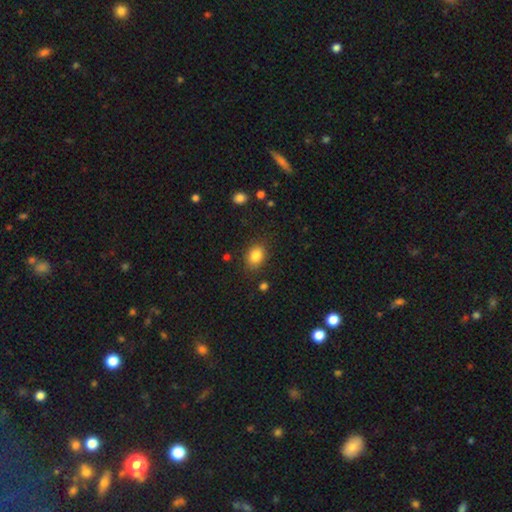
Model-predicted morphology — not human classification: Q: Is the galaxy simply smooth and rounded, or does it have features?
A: smooth — 84%.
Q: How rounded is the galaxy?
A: in between — 63%.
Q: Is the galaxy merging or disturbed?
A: none — 83%.